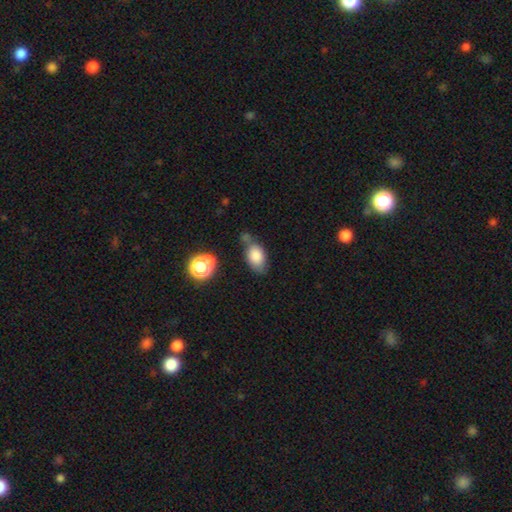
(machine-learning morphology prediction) smooth-or-featured: smooth: 82% | featured or disk: 10% | star or artifact: 9%
  how-rounded: in between: 88% | round: 10% | cigar-shaped: 2%
  merging: none: 52% | minor disturbance: 24% | merger: 15% | major disturbance: 8%